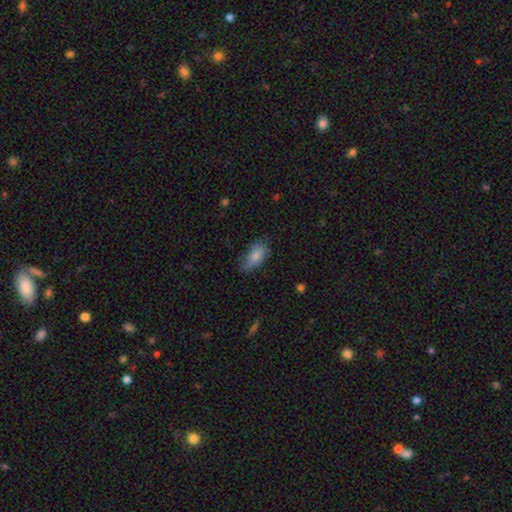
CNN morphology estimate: Q: Smooth or featured?
A: smooth (81%); runner-up: featured or disk (12%)
Q: How rounded?
A: in between (90%); runner-up: cigar-shaped (5%)
Q: Merging?
A: none (61%); runner-up: minor disturbance (30%)